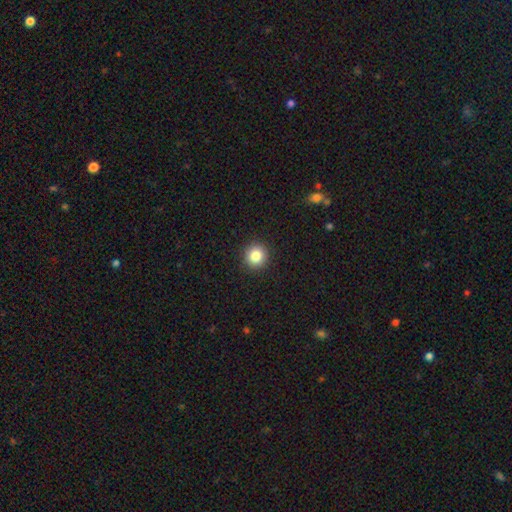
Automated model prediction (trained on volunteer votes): Smooth or featured?
  - smooth: 84% *
  - star or artifact: 11%
  - featured or disk: 6%
How rounded?
  - round: 93% *
  - in between: 6%
  - cigar-shaped: 1%
Merging?
  - none: 92% *
  - minor disturbance: 5%
  - major disturbance: 2%
  - merger: 1%